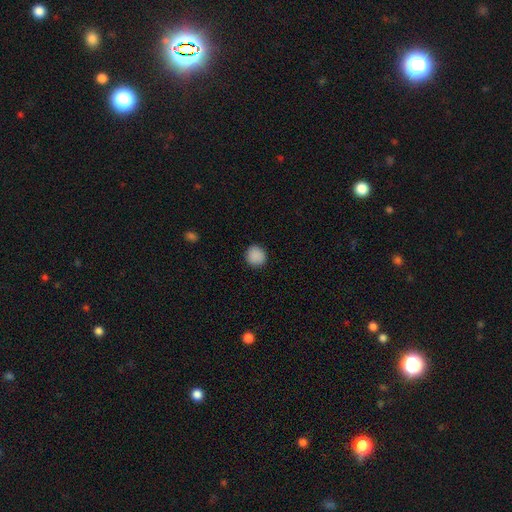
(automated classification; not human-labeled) Smooth or featured? smooth (89%)
How rounded? round (91%)
Merging? none (90%)